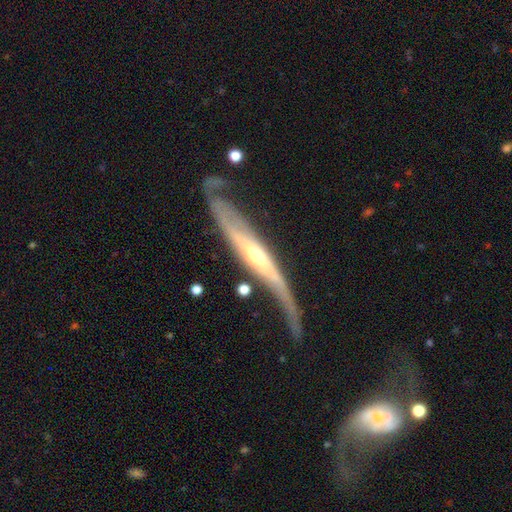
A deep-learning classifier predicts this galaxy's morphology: Smooth or featured? Predicted: featured or disk (p=0.84). Edge-on disk? Predicted: yes (p=0.62). Edge-on bulge? Predicted: rounded (p=0.76). Merging? Predicted: none (p=0.45).